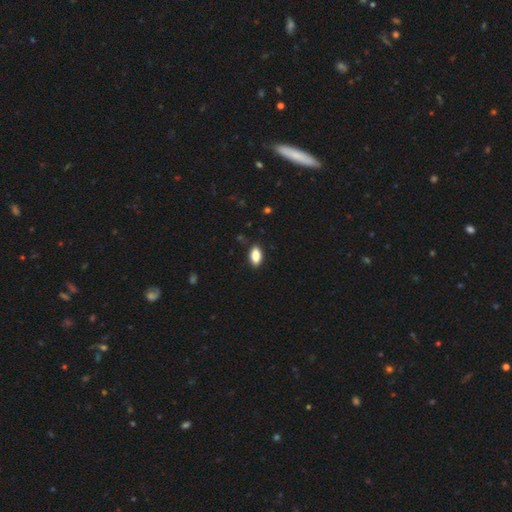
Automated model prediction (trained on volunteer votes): smooth-or-featured: smooth: 85% | star or artifact: 7% | featured or disk: 7%
  how-rounded: in between: 89% | cigar-shaped: 8% | round: 3%
  merging: none: 85% | minor disturbance: 12% | major disturbance: 2% | merger: 1%